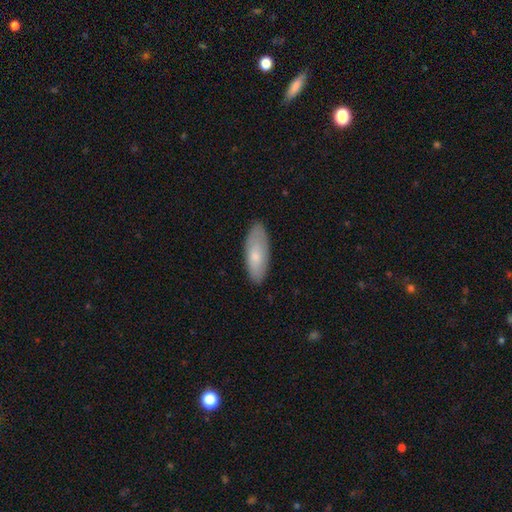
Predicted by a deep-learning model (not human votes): Morphology: type=smooth (72%); roundness=in between (73%); merging=none (84%).